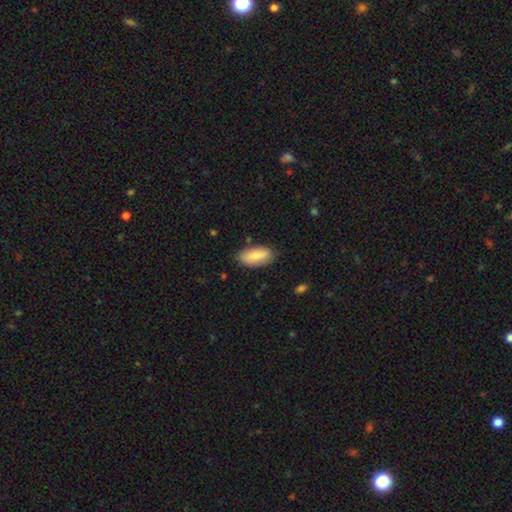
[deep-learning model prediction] smooth-or-featured: smooth: 83% | featured or disk: 11% | star or artifact: 6%
  how-rounded: in between: 90% | cigar-shaped: 8% | round: 2%
  merging: none: 81% | minor disturbance: 14% | major disturbance: 3% | merger: 2%